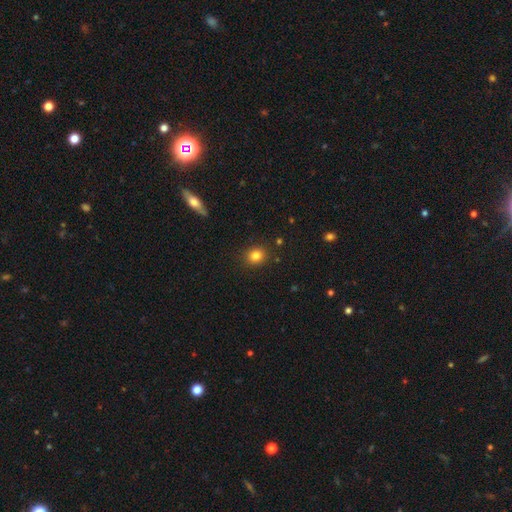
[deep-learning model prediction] Overall: smooth (83%). How rounded: round (74%). Merging: none (89%).